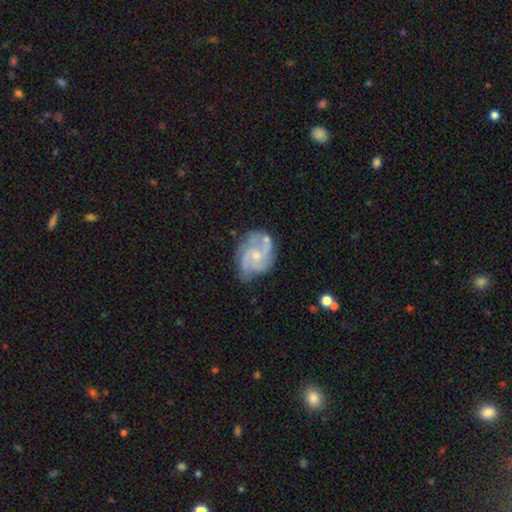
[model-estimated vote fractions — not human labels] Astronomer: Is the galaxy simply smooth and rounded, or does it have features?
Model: featured or disk — 84%.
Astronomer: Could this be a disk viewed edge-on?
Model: no — 98%.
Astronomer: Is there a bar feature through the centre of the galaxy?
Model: no — 68%.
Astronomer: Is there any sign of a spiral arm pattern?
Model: yes — 95%.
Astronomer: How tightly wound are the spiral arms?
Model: medium — 52% (runner-up: tight, 30%).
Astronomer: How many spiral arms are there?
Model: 3 — 47% (runner-up: 2, 24%).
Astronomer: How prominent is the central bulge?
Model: small — 62%.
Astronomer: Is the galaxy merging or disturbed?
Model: none — 61%.